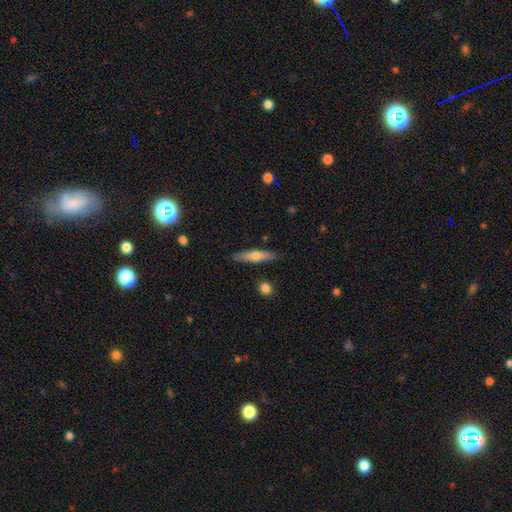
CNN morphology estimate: smooth-or-featured: smooth: 60% | featured or disk: 34% | star or artifact: 6%
  how-rounded: cigar-shaped: 82% | in between: 16% | round: 2%
  merging: none: 85% | minor disturbance: 10% | merger: 2% | major disturbance: 2%